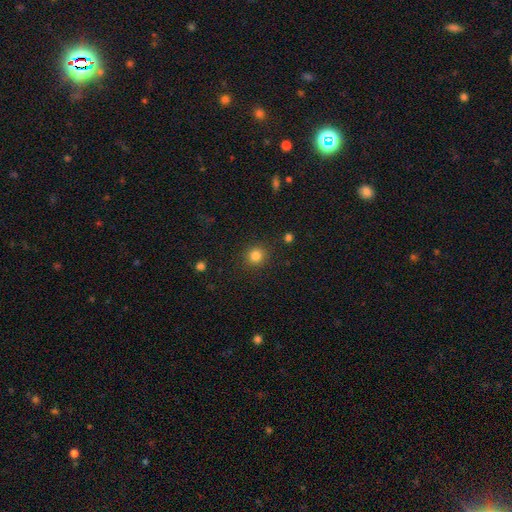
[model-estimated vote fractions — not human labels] smooth 83%, star or artifact 12%, featured or disk 5%. Down the decision tree: how rounded — round (90%); merging — none (90%).